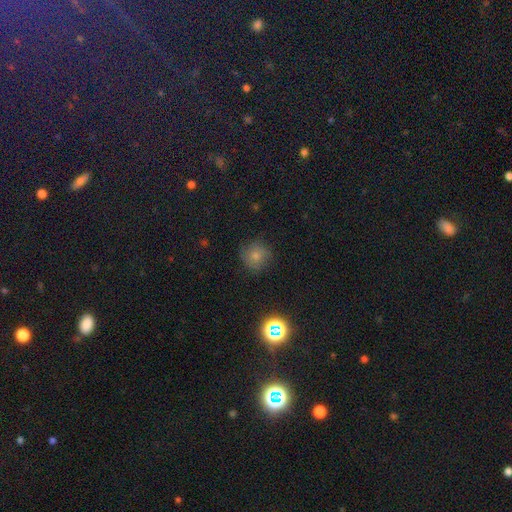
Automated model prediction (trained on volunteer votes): A smooth galaxy with no disk features (72%) that is round (90%). Merging: none (79%).